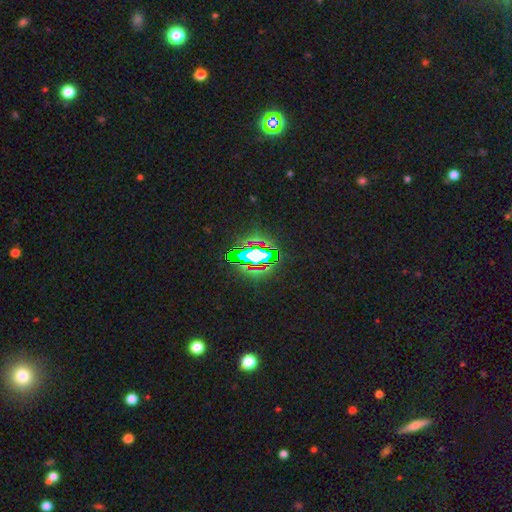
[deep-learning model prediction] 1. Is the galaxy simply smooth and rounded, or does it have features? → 67% star or artifact, 17% smooth, 15% featured or disk.